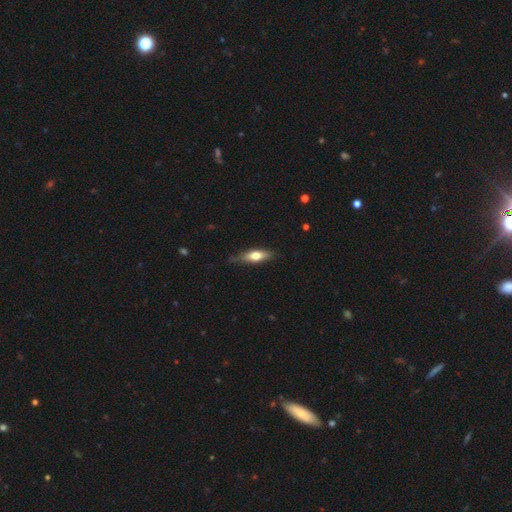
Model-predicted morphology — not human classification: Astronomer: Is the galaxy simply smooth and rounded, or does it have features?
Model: smooth — 60%.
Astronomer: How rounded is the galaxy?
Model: cigar-shaped — 51% (runner-up: in between, 47%).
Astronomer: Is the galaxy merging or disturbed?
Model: none — 69%.